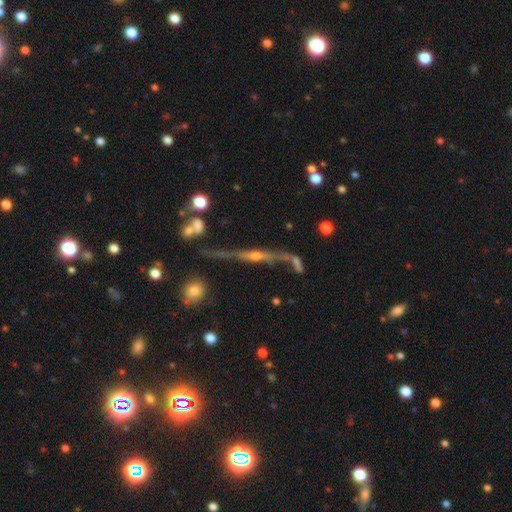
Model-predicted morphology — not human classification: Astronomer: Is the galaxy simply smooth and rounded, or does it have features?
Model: featured or disk — 77%.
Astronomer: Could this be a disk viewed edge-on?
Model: yes — 89%.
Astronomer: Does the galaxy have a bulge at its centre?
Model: rounded — 82%.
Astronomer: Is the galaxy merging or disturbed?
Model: none — 58%.